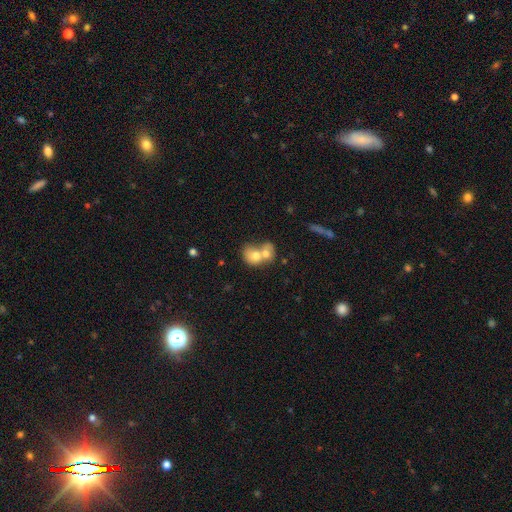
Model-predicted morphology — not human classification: A smooth galaxy with no disk features (69%) that is round (54%). Merging: merger (75%).